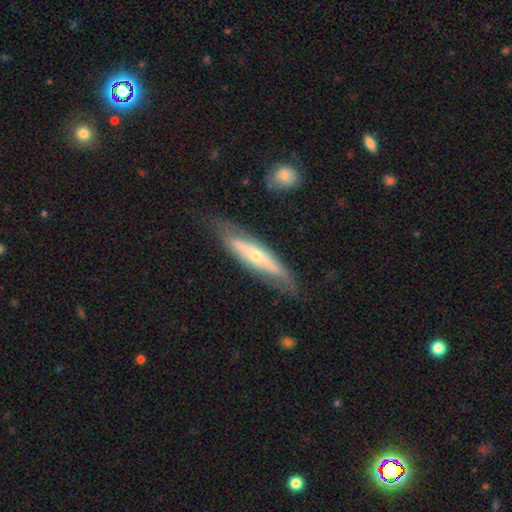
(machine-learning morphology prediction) type=featured or disk (63%); edge-on=yes (59%); merging=none (70%).